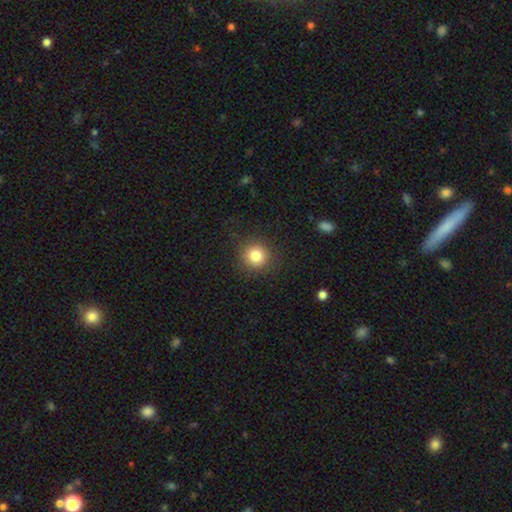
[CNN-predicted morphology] Smooth or featured? Predicted: smooth (p=0.83). How rounded? Predicted: round (p=0.93). Merging? Predicted: none (p=0.89).